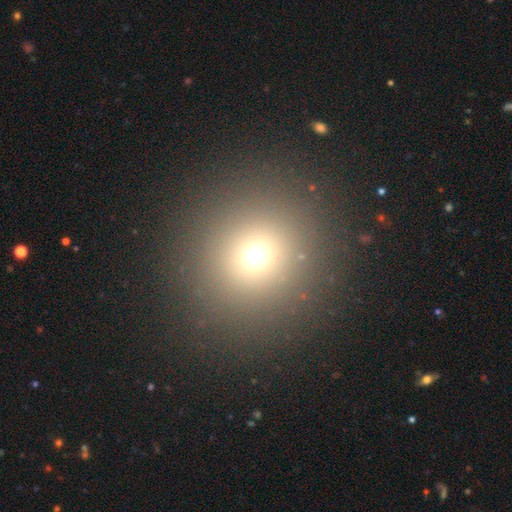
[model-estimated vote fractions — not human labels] Morphology: type=smooth (67%); roundness=round (94%); merging=none (90%).